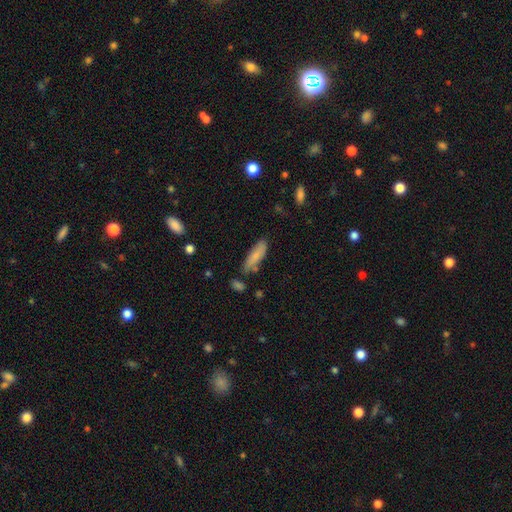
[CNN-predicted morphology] Smooth or featured? smooth (78%)
How rounded? cigar-shaped (59%)
Merging? none (71%)